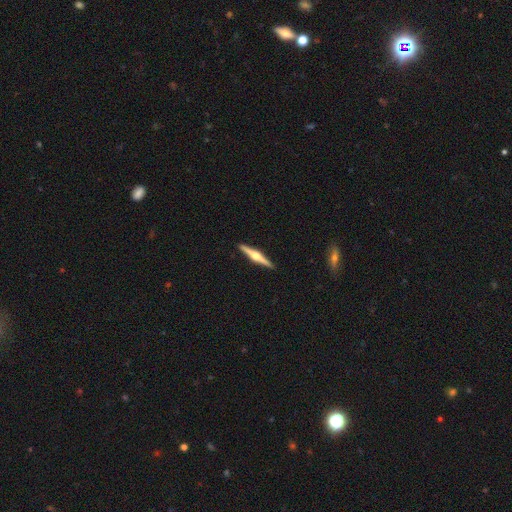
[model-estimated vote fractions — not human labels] Smooth or featured: featured or disk — 80% (smooth — 15%)
Edge-on disk: yes — 99% (no — 1%)
Edge-on bulge: rounded — 94% (boxy — 4%)
Merging: none — 93% (minor disturbance — 5%)